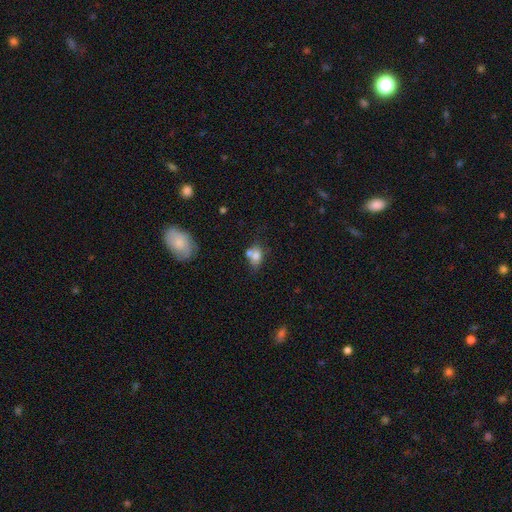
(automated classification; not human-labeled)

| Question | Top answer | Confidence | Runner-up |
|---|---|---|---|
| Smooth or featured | smooth | 73% | featured or disk (17%) |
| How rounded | in between | 66% | round (32%) |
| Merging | merger | 42% | none (33%) |